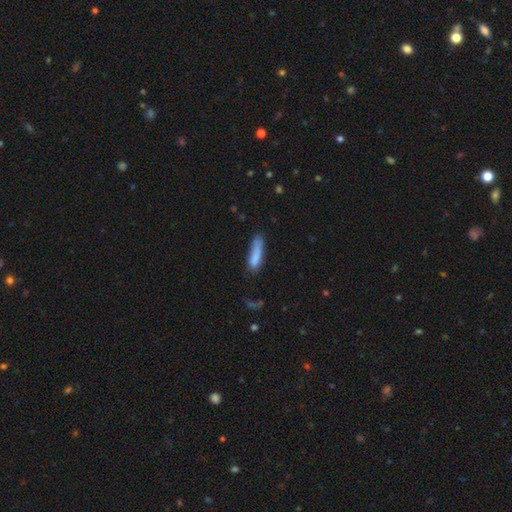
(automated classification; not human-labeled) Smooth or featured? smooth (82%)
How rounded? cigar-shaped (72%)
Merging? none (53%)